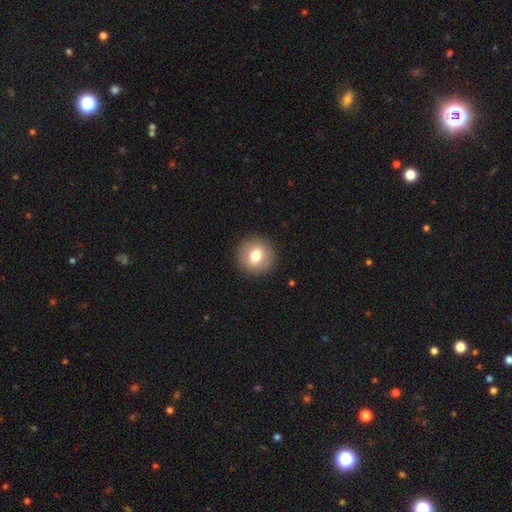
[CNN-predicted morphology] smooth_or_featured: smooth (p=0.75) [alt: featured or disk p=0.17]
how_rounded: round (p=0.90) [alt: in between p=0.09]
merging: none (p=0.91) [alt: minor disturbance p=0.06]